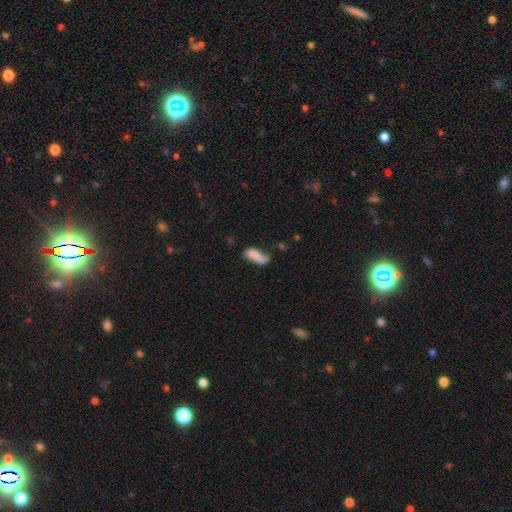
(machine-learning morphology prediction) This appears to be a smooth galaxy with no disk features (74%) that is in between round and cigar-shaped (68%). Merging: none (41%).